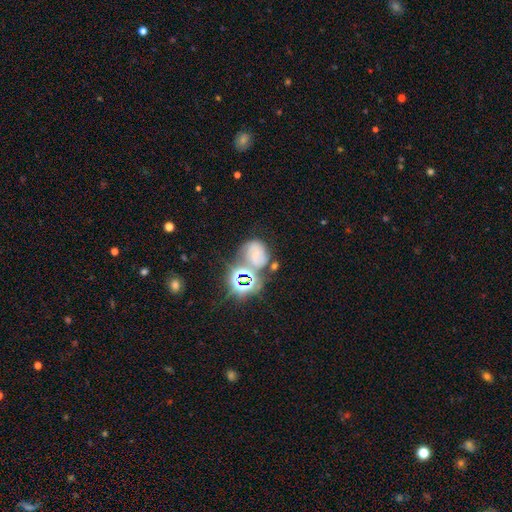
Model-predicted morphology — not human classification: Smooth or featured? featured or disk (37%)
Merging? none (44%)